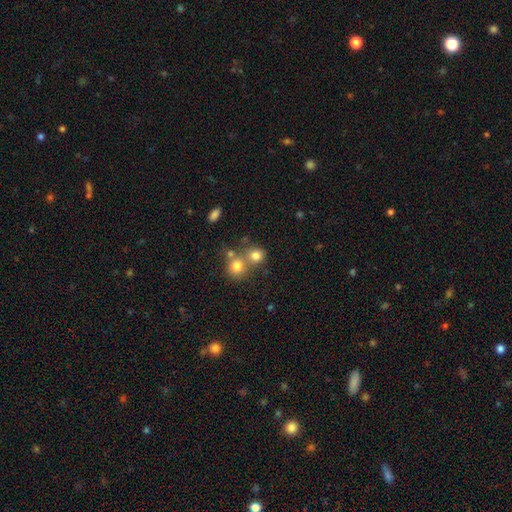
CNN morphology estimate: smooth-or-featured: smooth: 78% | star or artifact: 13% | featured or disk: 9%
  how-rounded: round: 79% | in between: 20% | cigar-shaped: 1%
  merging: none: 48% | merger: 41% | minor disturbance: 8% | major disturbance: 3%